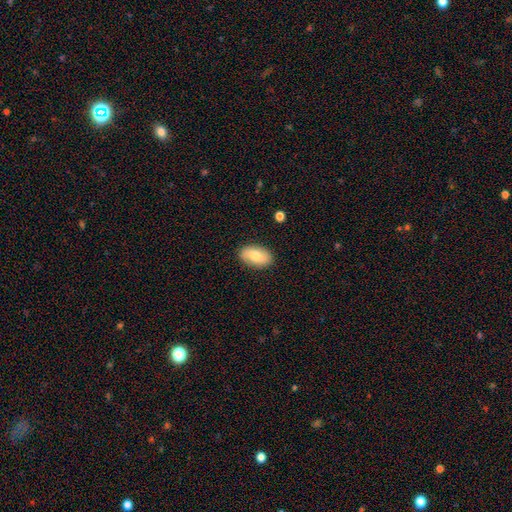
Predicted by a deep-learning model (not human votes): Smooth or featured?
  - smooth: 74% *
  - featured or disk: 19%
  - star or artifact: 6%
How rounded?
  - in between: 93% *
  - round: 5%
  - cigar-shaped: 2%
Merging?
  - none: 86% *
  - minor disturbance: 10%
  - major disturbance: 2%
  - merger: 1%